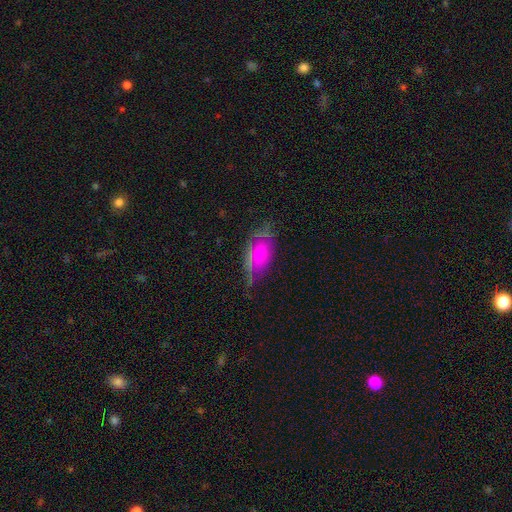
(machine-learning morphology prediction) The model was most divided on "smooth or featured": smooth: 53%, featured or disk: 32%, star or artifact: 15%. More confident: how rounded — in between (85%); merging — none (65%).